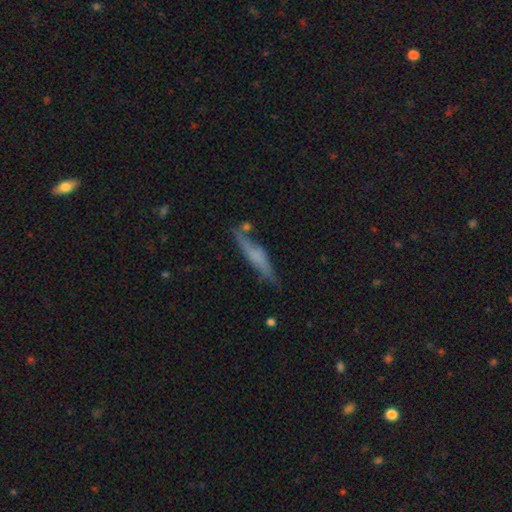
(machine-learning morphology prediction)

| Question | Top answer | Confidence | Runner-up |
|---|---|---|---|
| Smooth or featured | smooth | 49% | featured or disk (43%) |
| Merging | none | 68% | minor disturbance (21%) |